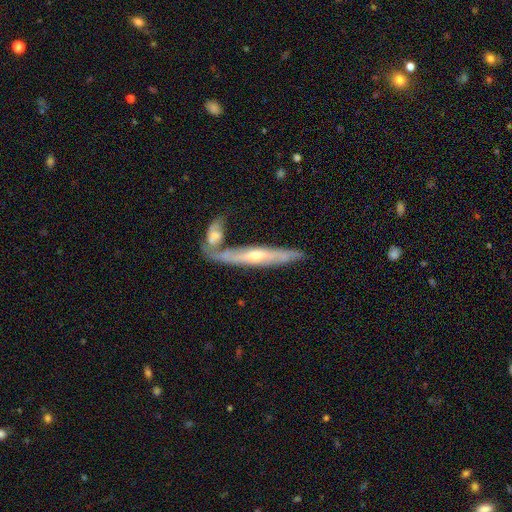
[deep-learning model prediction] This is likely a featured or disk galaxy (69%). It is clearly viewed edge-on (86%). Edge-on bulge: likely rounded (77%). Merging: likely none (60%).